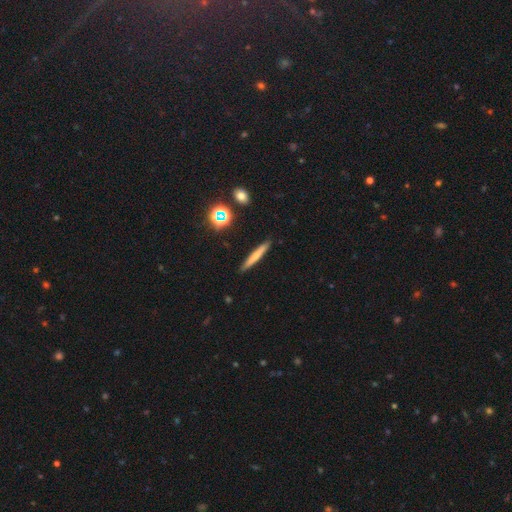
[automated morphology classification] Smooth or featured? Predicted: smooth (p=0.63). How rounded? Predicted: cigar-shaped (p=0.95). Merging? Predicted: none (p=0.90).